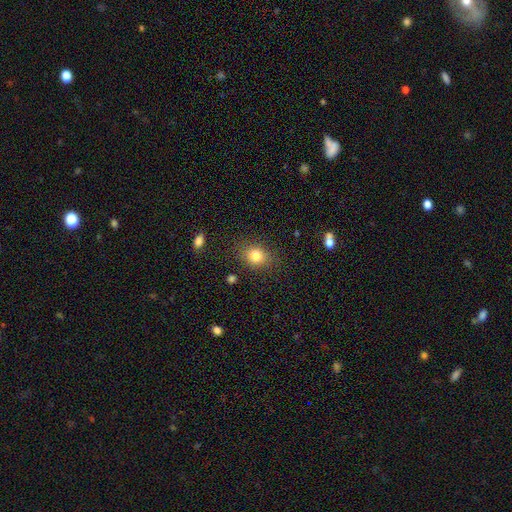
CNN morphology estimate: type=smooth (81%); roundness=round (57%); merging=none (84%).